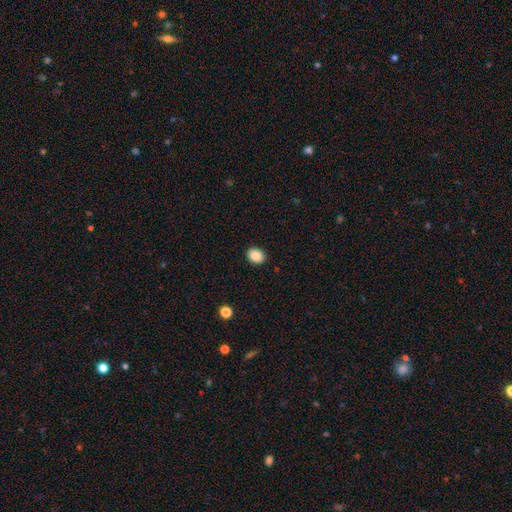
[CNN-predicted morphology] This is clearly a smooth galaxy (88%). How rounded: possibly in between (52%). Merging: clearly none (90%).